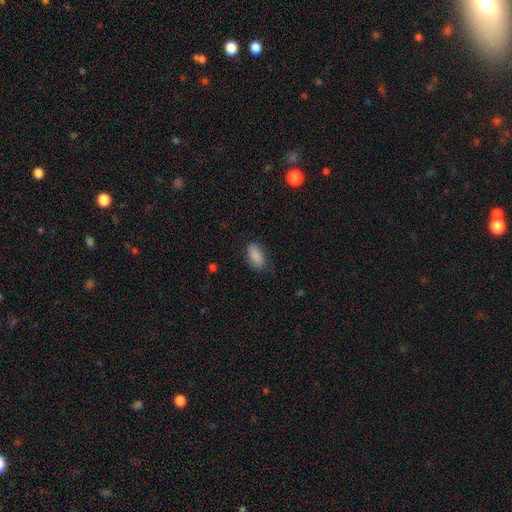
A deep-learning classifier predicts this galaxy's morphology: Q: Smooth or featured?
A: smooth (87%); runner-up: star or artifact (7%)
Q: How rounded?
A: in between (92%); runner-up: round (4%)
Q: Merging?
A: none (75%); runner-up: minor disturbance (19%)